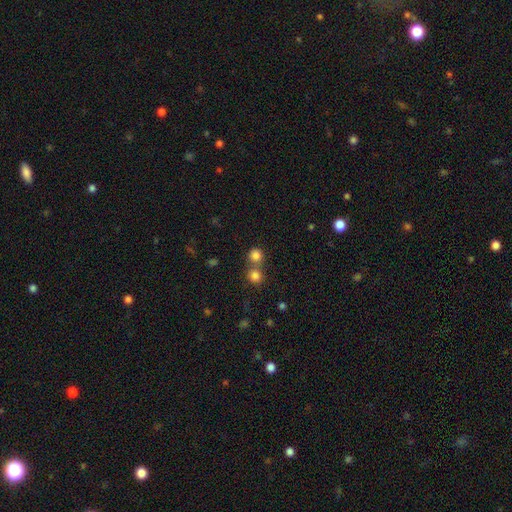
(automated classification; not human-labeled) smooth-or-featured: smooth: 81% | star or artifact: 13% | featured or disk: 6%
  how-rounded: round: 89% | in between: 10% | cigar-shaped: 1%
  merging: none: 54% | merger: 37% | minor disturbance: 6% | major disturbance: 3%